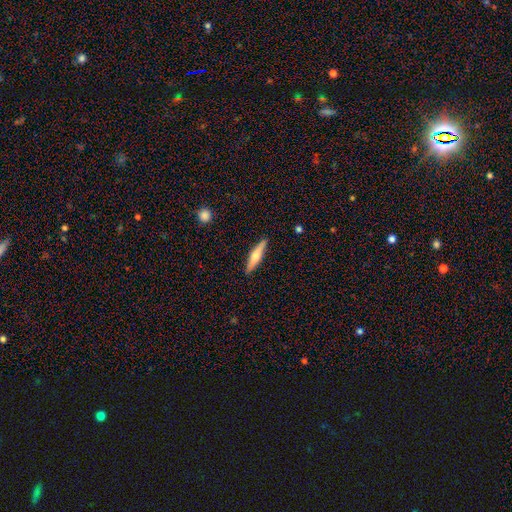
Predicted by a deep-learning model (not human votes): smooth-or-featured: smooth: 51% | featured or disk: 43% | star or artifact: 6%
  how-rounded: cigar-shaped: 85% | in between: 14% | round: 2%
  merging: none: 89% | minor disturbance: 8% | major disturbance: 2% | merger: 1%